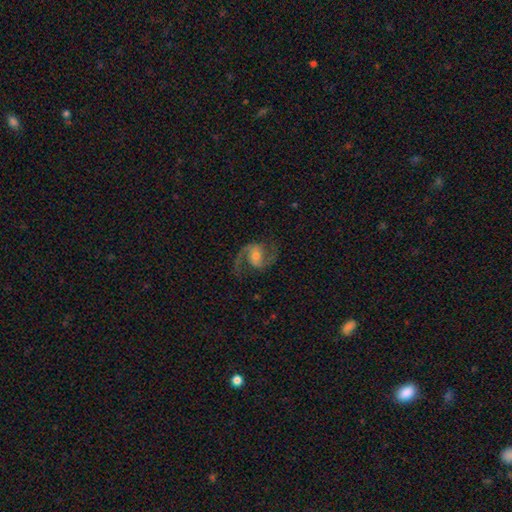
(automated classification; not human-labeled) Smooth or featured: featured or disk — 89% (star or artifact — 6%)
Edge-on disk: no — 98% (yes — 2%)
Bar: weak — 45% (no — 37%)
Spiral arms: yes — 98% (no — 2%)
Spiral winding: medium — 59% (loose — 30%)
Spiral arm count: 2 — 93% (1 — 2%)
Bulge size: moderate — 46% (tied with small — 46%)
Merging: none — 79% (minor disturbance — 12%)